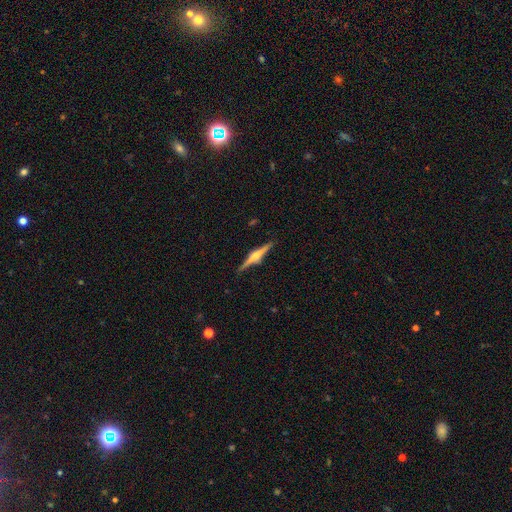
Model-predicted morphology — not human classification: This is likely a featured or disk galaxy (78%). It is clearly viewed edge-on (98%). Edge-on bulge: clearly rounded (84%). Merging: clearly none (89%).